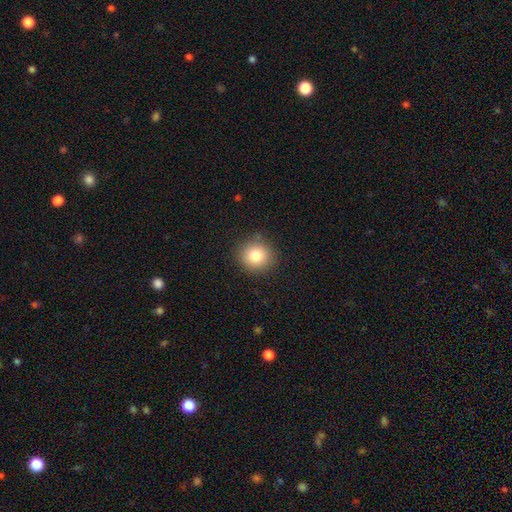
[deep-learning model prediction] This appears to be a smooth galaxy with no disk features (82%) that is round (88%). Merging: none (88%).